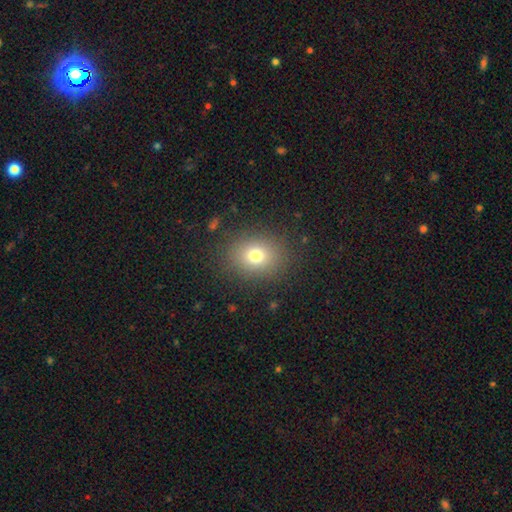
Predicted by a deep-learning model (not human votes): Overall: smooth (74%). How rounded: round (61%; in between 38%). Merging: none (86%).